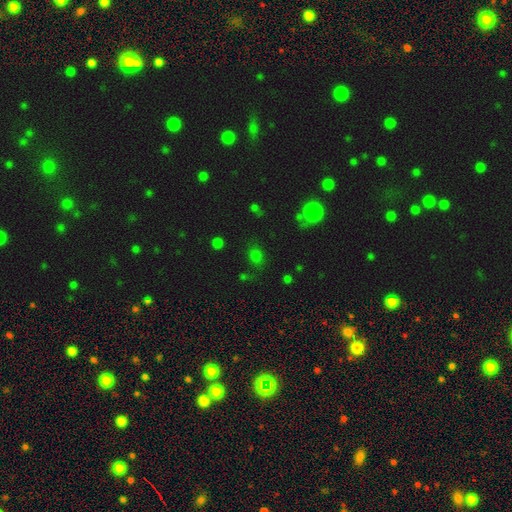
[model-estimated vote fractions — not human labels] smooth 68%, star or artifact 25%, featured or disk 7%. Down the decision tree: how rounded — round (55%); merging — none (72%).